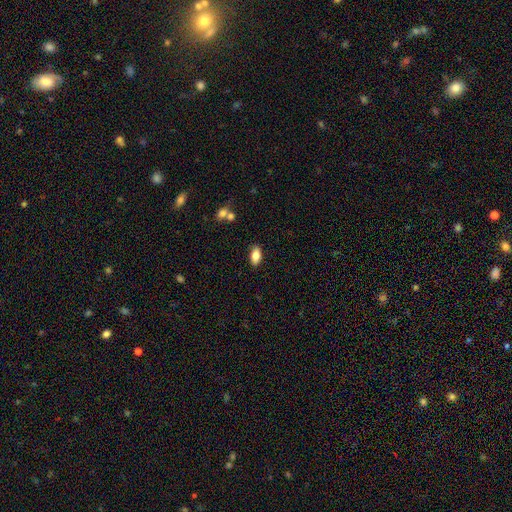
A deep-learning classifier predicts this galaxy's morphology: smooth 79%, featured or disk 14%, star or artifact 7%. Down the decision tree: how rounded — in between (88%); merging — none (86%).